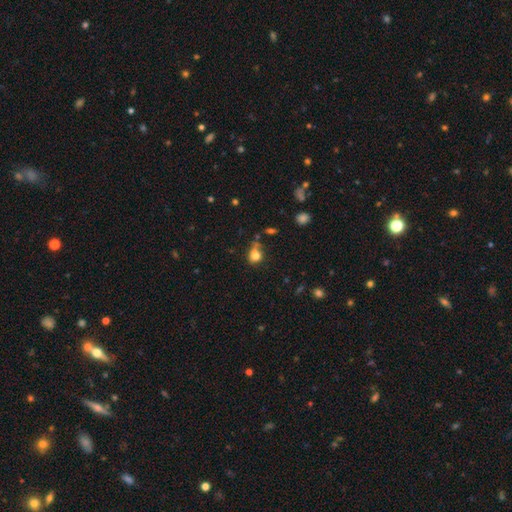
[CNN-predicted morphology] This appears to be a smooth galaxy with no disk features (79%) that is round (58%). Merging: none (47%).